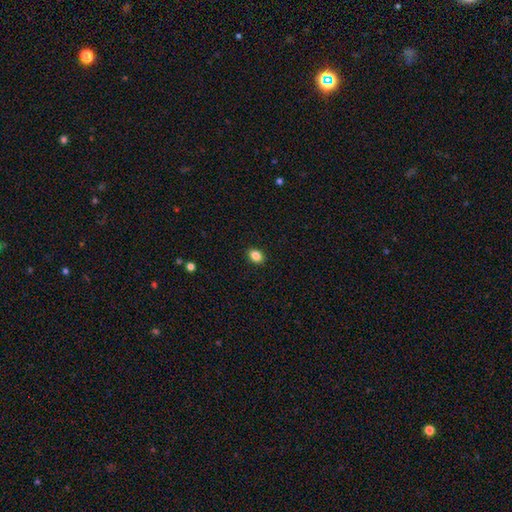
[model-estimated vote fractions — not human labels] This appears to be a smooth galaxy with no disk features (85%) that is in between round and cigar-shaped (72%). Merging: none (90%).